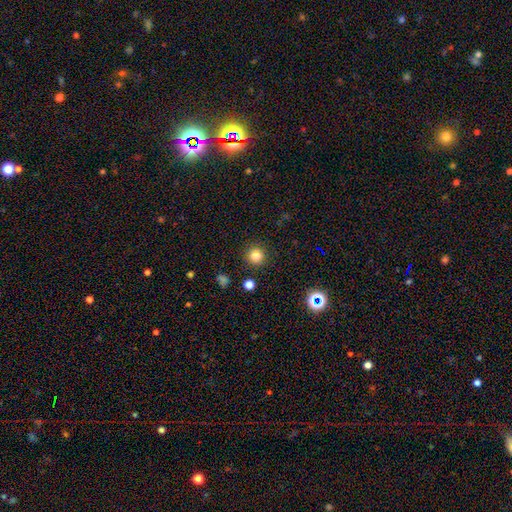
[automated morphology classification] smooth_or_featured: smooth (p=0.81) [alt: star or artifact p=0.14]
how_rounded: round (p=0.95) [alt: in between p=0.04]
merging: none (p=0.91) [alt: minor disturbance p=0.05]